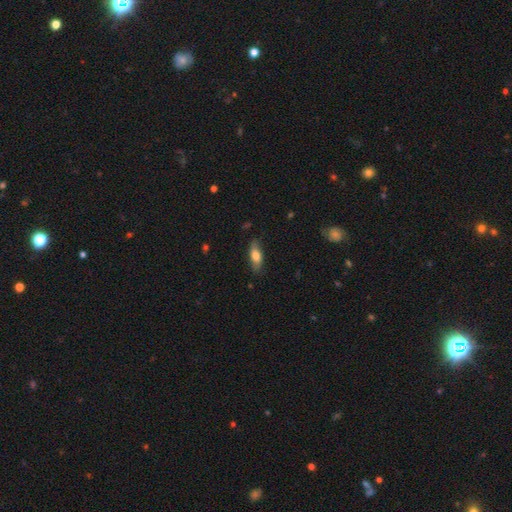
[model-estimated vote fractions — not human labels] A smooth galaxy with no disk features (70%) that is in between round and cigar-shaped (70%).

Vote fractions:
- Smooth or featured? smooth: 70% / featured or disk: 23% / star or artifact: 6%
- How rounded? in between: 70% / cigar-shaped: 27% / round: 3%
- Merging? none: 78% / minor disturbance: 17% / major disturbance: 3% / merger: 1%